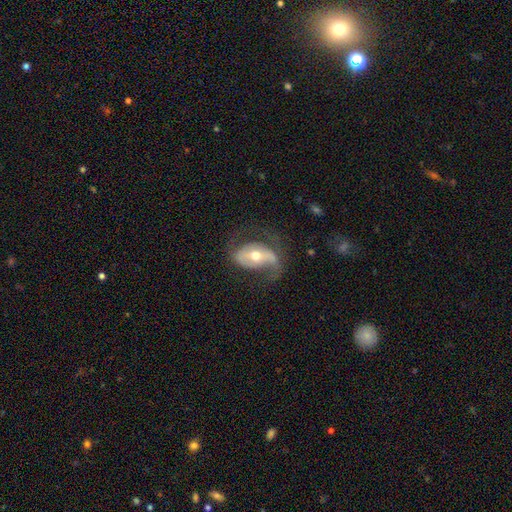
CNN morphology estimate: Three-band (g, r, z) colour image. It shows a featured or disk galaxy (75%) with a strong bar (35%), 2 (73%) loose (47%) spiral arms (83%) and a moderate central bulge (67%). Merging: none (53%).